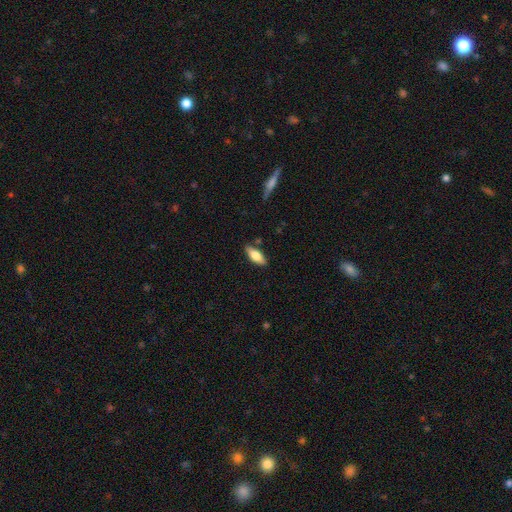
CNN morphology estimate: type=smooth (70%); roundness=in between (71%); merging=none (83%).